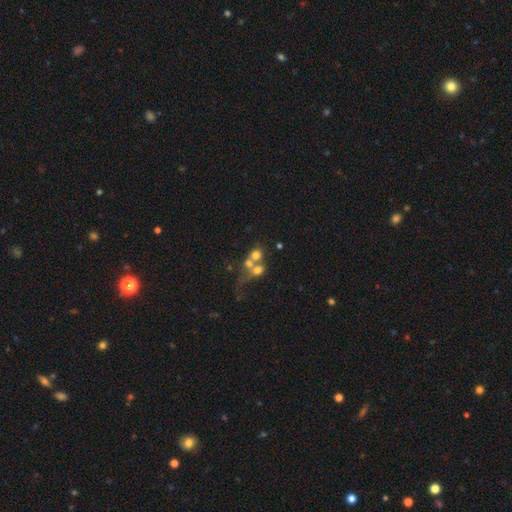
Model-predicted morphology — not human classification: smooth 59%, featured or disk 26%, star or artifact 15%. Down the decision tree: how rounded — round (77%); merging — merger (60%).